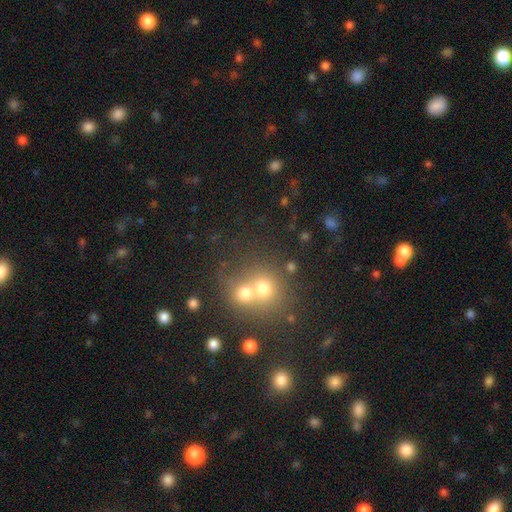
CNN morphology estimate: smooth 58%, star or artifact 23%, featured or disk 19%. Down the decision tree: how rounded — round (79%); merging — merger (53%).